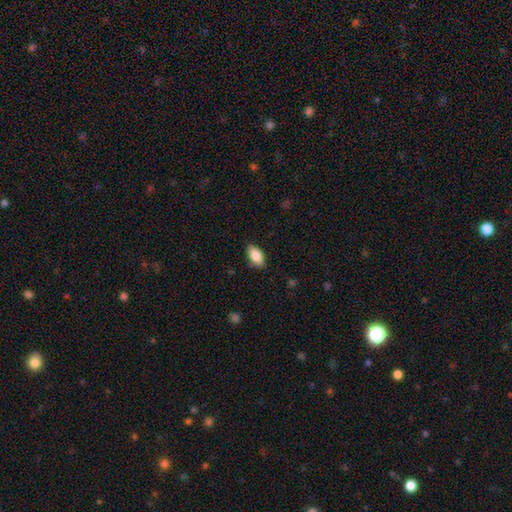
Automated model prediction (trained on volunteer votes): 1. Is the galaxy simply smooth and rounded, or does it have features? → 85% smooth, 8% featured or disk, 7% star or artifact.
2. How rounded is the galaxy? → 92% in between, 4% cigar-shaped, 3% round.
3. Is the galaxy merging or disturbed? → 85% none, 11% minor disturbance, 2% major disturbance, 1% merger.